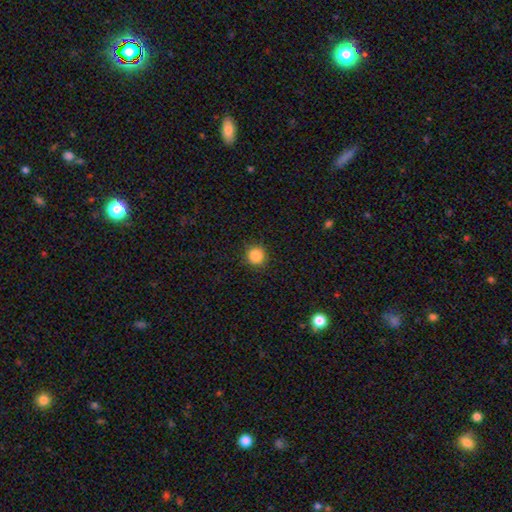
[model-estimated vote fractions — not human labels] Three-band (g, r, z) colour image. It shows a smooth galaxy with no disk features (86%) that is round (94%). Merging: none (91%).